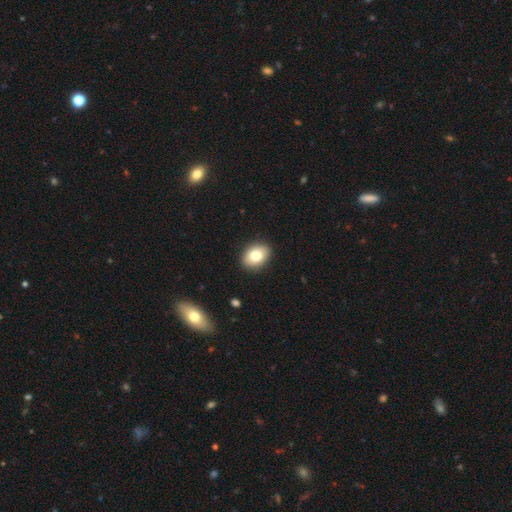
smooth-or-featured: smooth: 82% | featured or disk: 10% | star or artifact: 8%
  how-rounded: in between: 73% | round: 27% | cigar-shaped: 0%
  merging: none: 92% | minor disturbance: 3% | major disturbance: 3% | merger: 3%